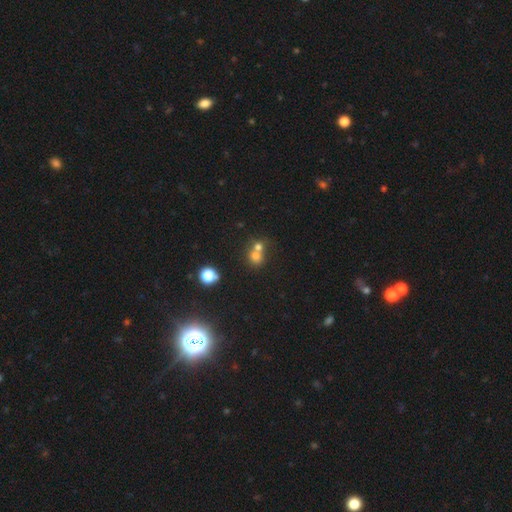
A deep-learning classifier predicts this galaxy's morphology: Smooth or featured?
  - smooth: 69% *
  - star or artifact: 18%
  - featured or disk: 13%
How rounded?
  - round: 78% *
  - in between: 21%
  - cigar-shaped: 1%
Merging?
  - merger: 56% *
  - none: 35%
  - minor disturbance: 6%
  - major disturbance: 3%